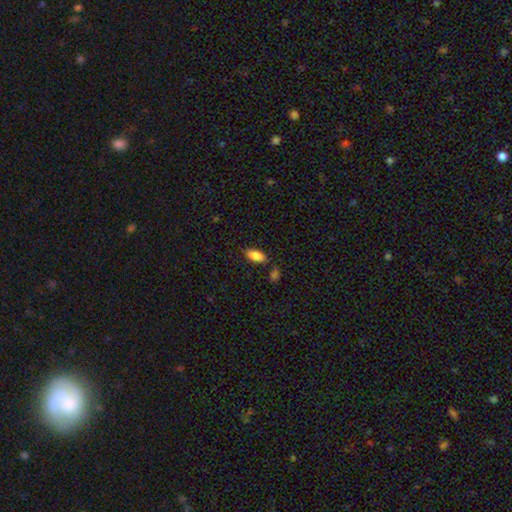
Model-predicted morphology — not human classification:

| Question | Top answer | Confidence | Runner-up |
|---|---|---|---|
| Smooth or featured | smooth | 86% | featured or disk (7%) |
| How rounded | in between | 87% | cigar-shaped (10%) |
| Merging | none | 78% | minor disturbance (14%) |